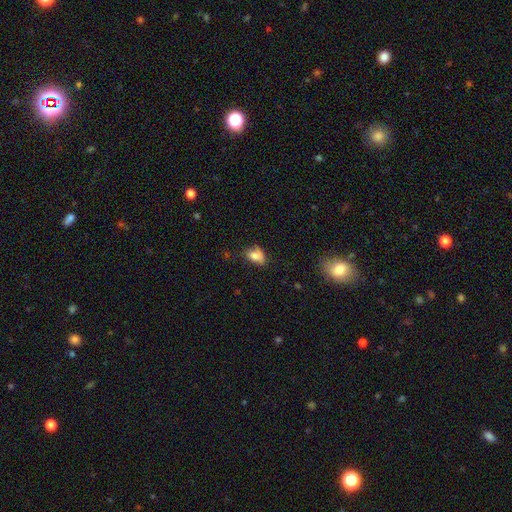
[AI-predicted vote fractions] smooth 76%, featured or disk 13%, star or artifact 10%. Down the decision tree: how rounded — in between (82%); merging — none (45%).